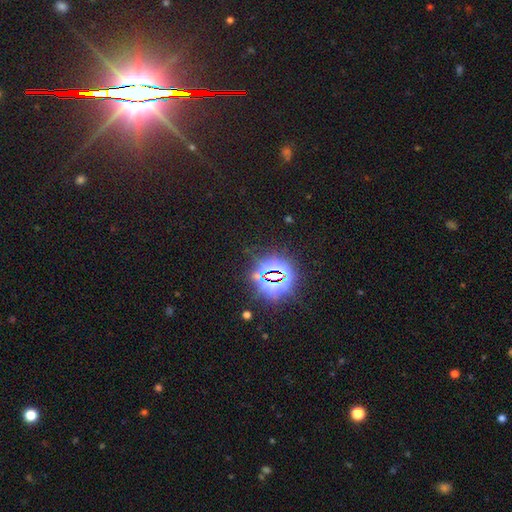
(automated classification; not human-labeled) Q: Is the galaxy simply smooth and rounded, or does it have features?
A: star or artifact — 84%.